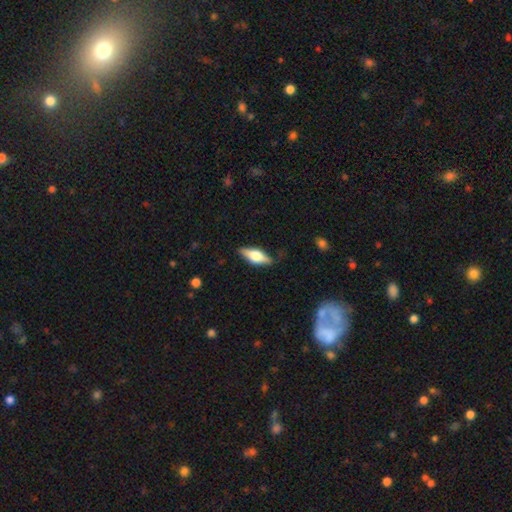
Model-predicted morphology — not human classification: featured or disk 50%, smooth 44%, star or artifact 6%. Down the decision tree: merging — none (82%).